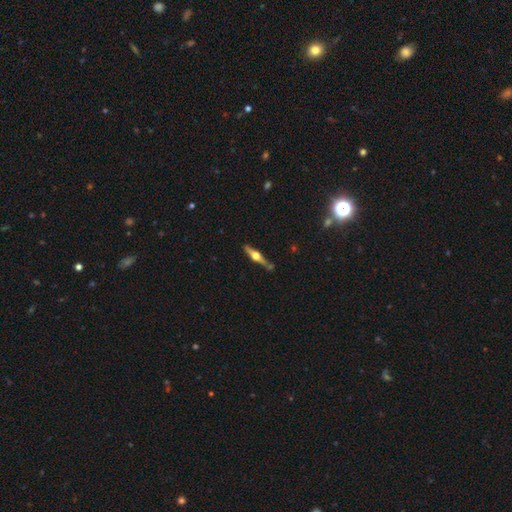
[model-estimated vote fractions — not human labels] The model was most divided on "smooth or featured": featured or disk: 74%, smooth: 21%, star or artifact: 5%. More confident: edge-on disk — yes (97%); edge-on bulge — rounded (95%); merging — none (79%).